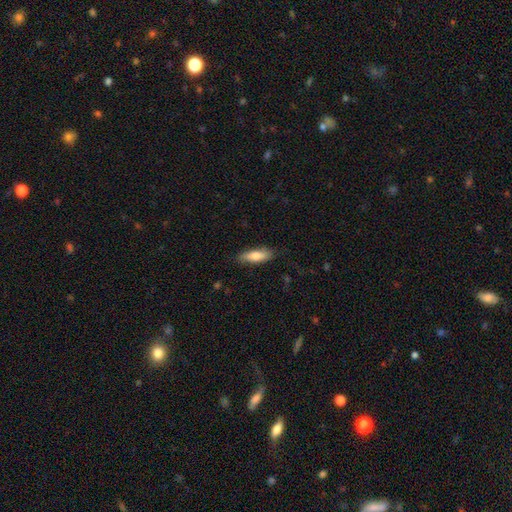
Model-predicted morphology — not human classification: A smooth galaxy with no disk features (76%) that is in between round and cigar-shaped (53%). Merging: none (83%).